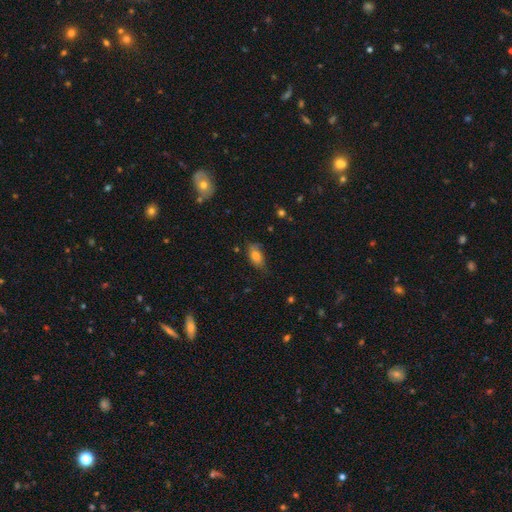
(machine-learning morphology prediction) This is likely a smooth galaxy (77%). How rounded: clearly in between (87%). Merging: likely none (64%).